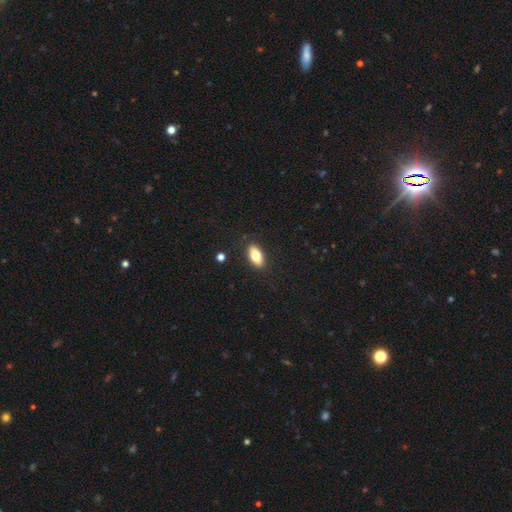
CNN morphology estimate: Smooth or featured? smooth (77%)
How rounded? in between (87%)
Merging? none (87%)